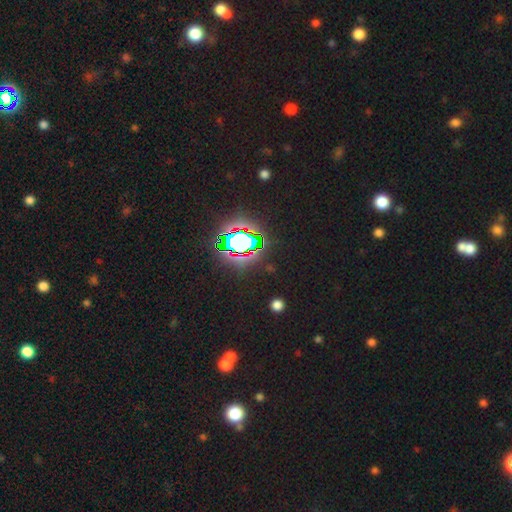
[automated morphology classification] The model was most divided on "smooth or featured": star or artifact: 82%, smooth: 11%, featured or disk: 7%.